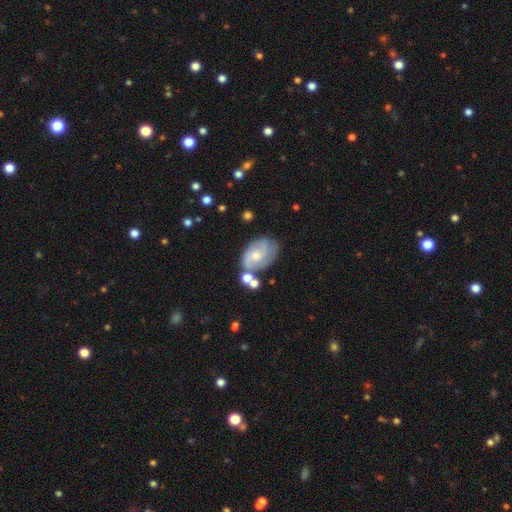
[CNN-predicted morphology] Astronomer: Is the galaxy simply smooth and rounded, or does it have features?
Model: featured or disk — 58% (runner-up: smooth, 34%).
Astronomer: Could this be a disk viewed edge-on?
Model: no — 96%.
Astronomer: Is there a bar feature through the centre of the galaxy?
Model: no — 71%.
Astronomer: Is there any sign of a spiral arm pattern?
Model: yes — 78%.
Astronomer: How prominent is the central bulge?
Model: small — 50% (runner-up: moderate, 41%).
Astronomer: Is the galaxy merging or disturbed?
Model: none — 50%.